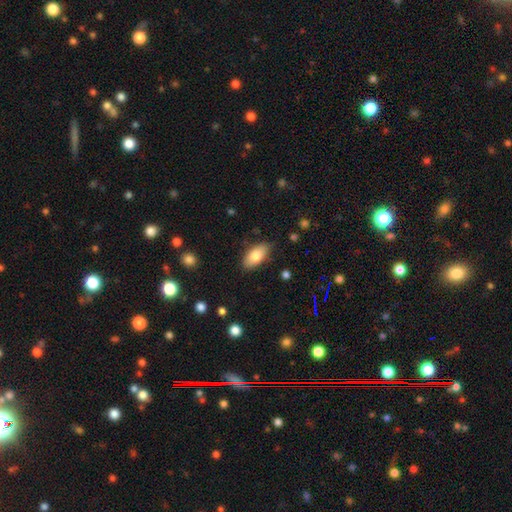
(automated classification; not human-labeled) Smooth or featured: smooth — 81% (featured or disk — 13%)
How rounded: in between — 90% (cigar-shaped — 7%)
Merging: none — 83% (minor disturbance — 13%)